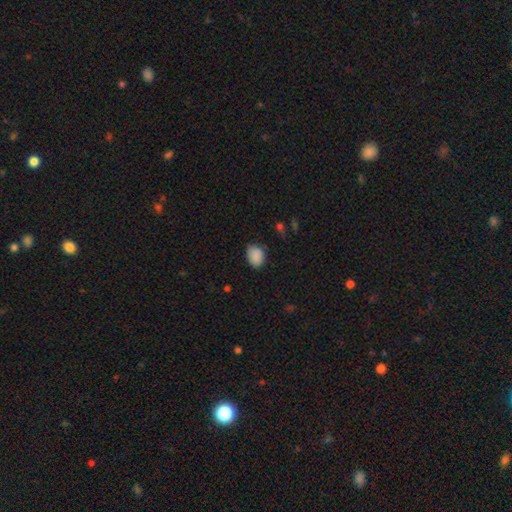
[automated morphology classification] smooth-or-featured: smooth: 87% | star or artifact: 8% | featured or disk: 5%
  how-rounded: in between: 66% | round: 33% | cigar-shaped: 1%
  merging: none: 65% | minor disturbance: 28% | major disturbance: 5% | merger: 2%